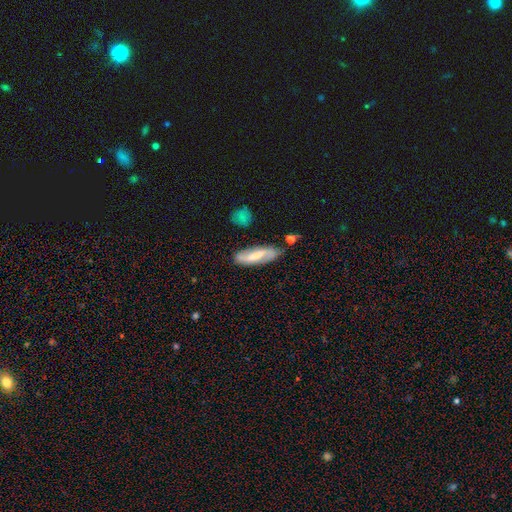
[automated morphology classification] smooth-or-featured: featured or disk: 58% | smooth: 36% | star or artifact: 6%
  disk-edge-on: no: 84% | yes: 16%
  merging: none: 78% | minor disturbance: 15% | major disturbance: 4% | merger: 3%